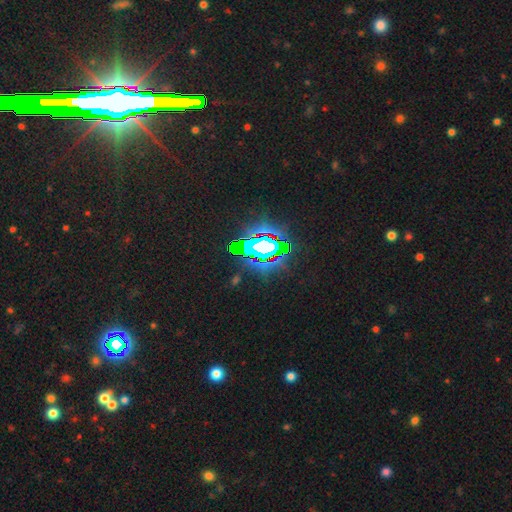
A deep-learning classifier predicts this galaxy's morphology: star or artifact 83%, smooth 9%, featured or disk 8%.